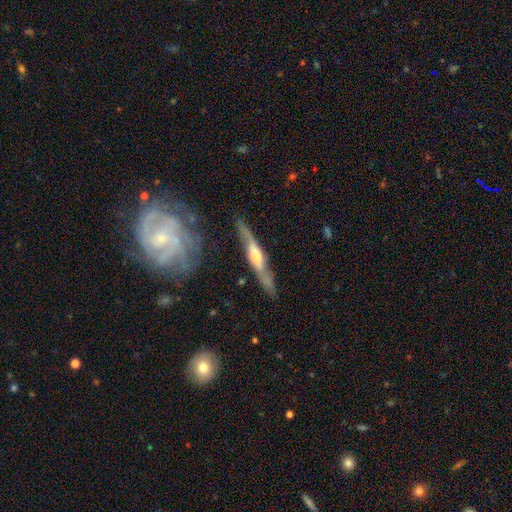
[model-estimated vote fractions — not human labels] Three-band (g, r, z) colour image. It shows a featured or disk galaxy (66%) viewed edge-on (79%) with a rounded central bulge (57%). Merging: none (75%).